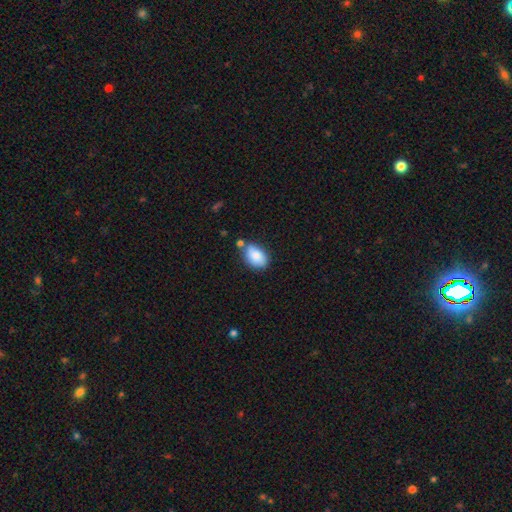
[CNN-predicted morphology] Smooth or featured? Predicted: smooth (p=0.85). How rounded? Predicted: in between (p=0.88). Merging? Predicted: none (p=0.62).